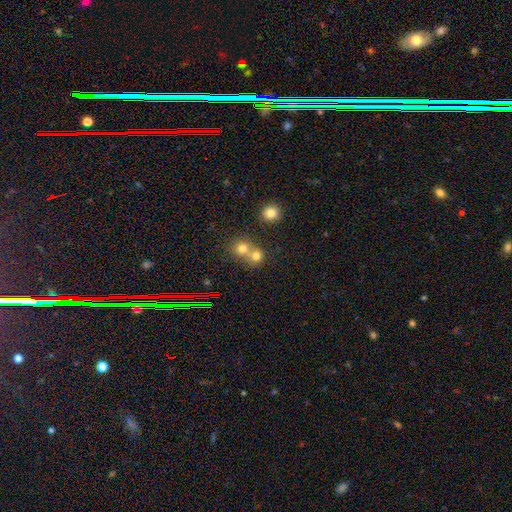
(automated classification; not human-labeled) Smooth or featured? Predicted: smooth (p=0.74). How rounded? Predicted: round (p=0.84). Merging? Predicted: merger (p=0.52).